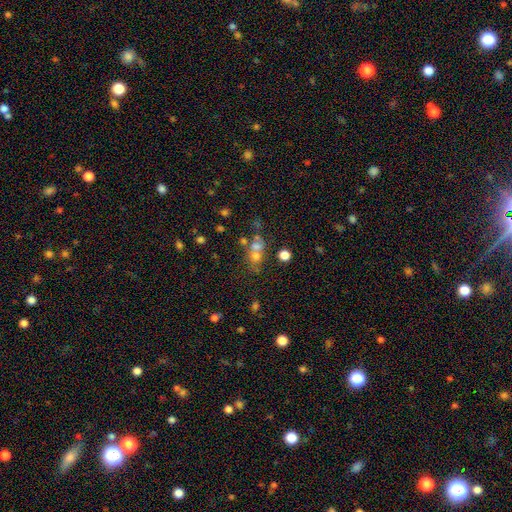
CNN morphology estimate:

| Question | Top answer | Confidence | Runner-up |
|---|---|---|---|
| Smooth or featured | smooth | 54% | star or artifact (24%) |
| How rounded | round | 64% | in between (33%) |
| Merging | merger | 46% | none (38%) |